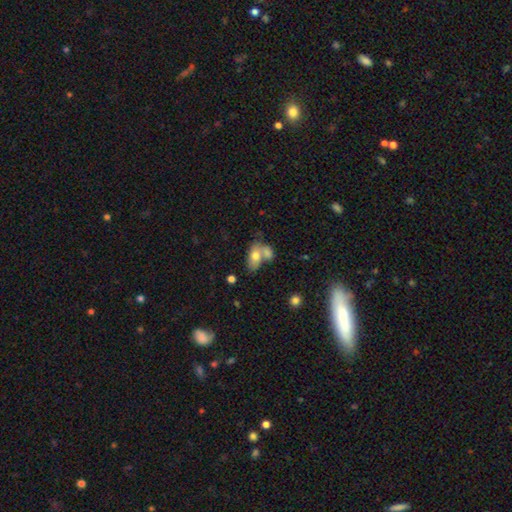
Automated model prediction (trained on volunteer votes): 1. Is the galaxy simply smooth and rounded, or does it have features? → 72% smooth, 19% featured or disk, 9% star or artifact.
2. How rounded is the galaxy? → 88% in between, 8% round, 3% cigar-shaped.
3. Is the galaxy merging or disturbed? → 54% merger, 31% none, 11% minor disturbance, 5% major disturbance.